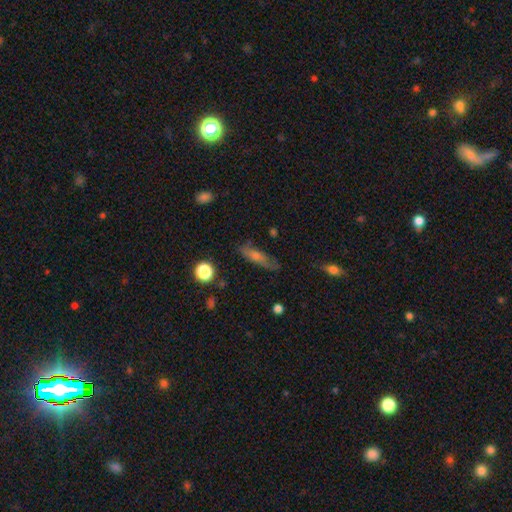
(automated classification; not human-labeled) Smooth or featured?
  - smooth: 55% *
  - featured or disk: 33%
  - star or artifact: 12%
How rounded?
  - cigar-shaped: 64% *
  - in between: 31%
  - round: 5%
Merging?
  - none: 74% *
  - minor disturbance: 18%
  - major disturbance: 5%
  - merger: 2%